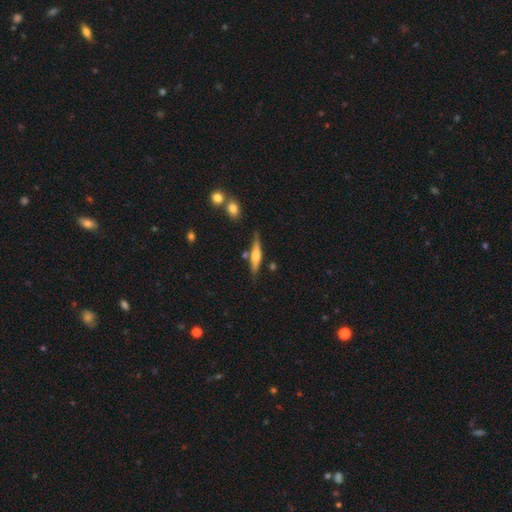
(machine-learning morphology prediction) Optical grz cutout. It shows a featured or disk galaxy (54%) viewed edge-on (95%) with a rounded central bulge (79%). Merging: none (77%).